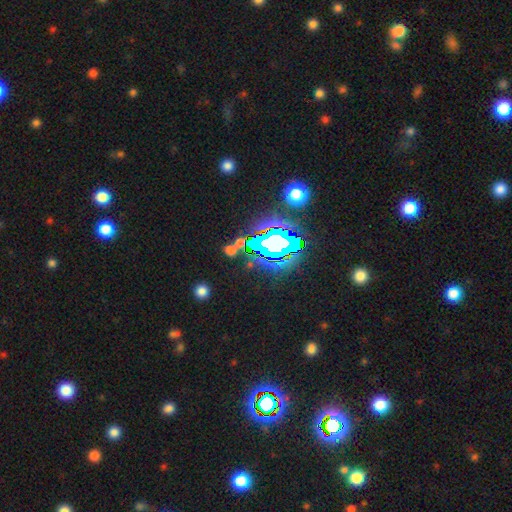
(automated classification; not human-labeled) smooth_or_featured: star or artifact (p=0.66) [alt: smooth p=0.19]